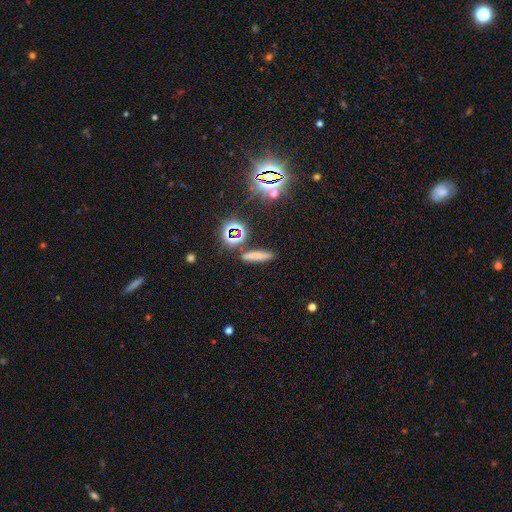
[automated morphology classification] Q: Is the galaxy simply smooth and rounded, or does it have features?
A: smooth — 65%.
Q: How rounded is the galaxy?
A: cigar-shaped — 80%.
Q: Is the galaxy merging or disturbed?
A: none — 81%.